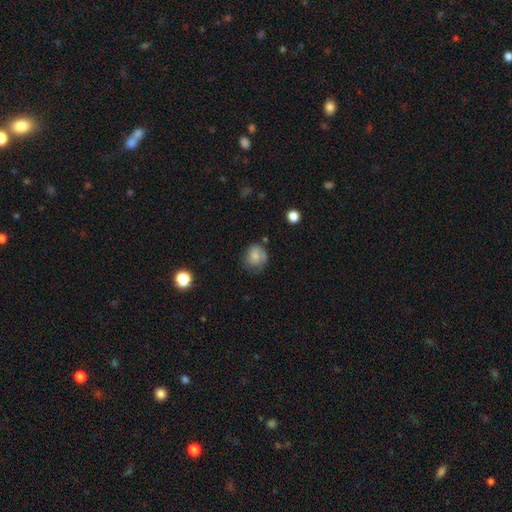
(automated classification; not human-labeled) Smooth or featured? Predicted: smooth (p=0.70). How rounded? Predicted: round (p=0.67). Merging? Predicted: none (p=0.53).